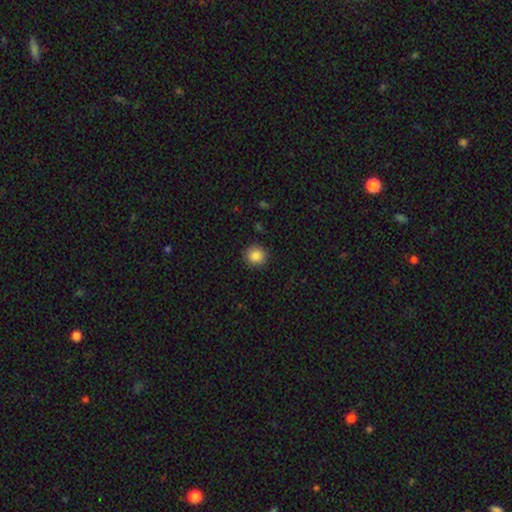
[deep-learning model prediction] smooth 86%, star or artifact 9%, featured or disk 5%. Down the decision tree: how rounded — round (90%); merging — none (90%).